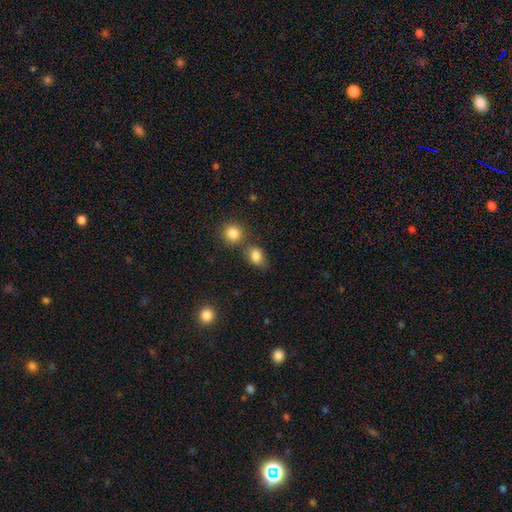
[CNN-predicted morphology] This is clearly a smooth galaxy (84%). How rounded: likely in between (69%). Merging: likely none (61%).